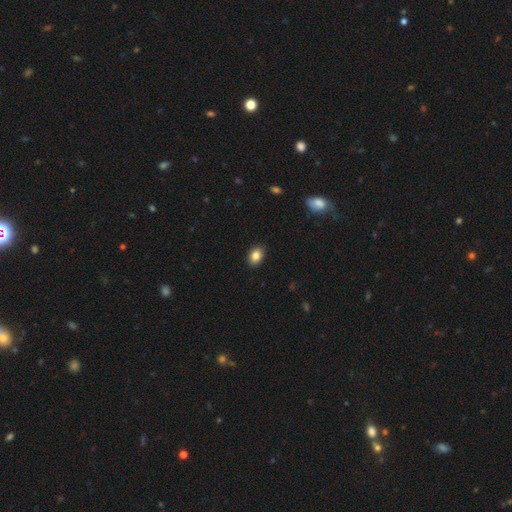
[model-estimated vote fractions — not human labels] A smooth galaxy with no disk features (86%) that is in between round and cigar-shaped (74%). Merging: none (89%).